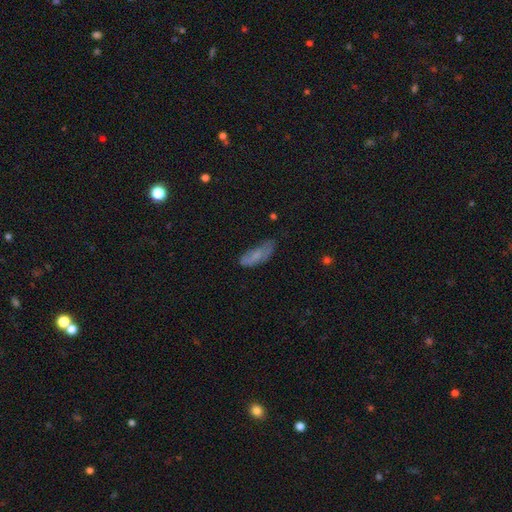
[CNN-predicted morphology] Smooth or featured? smooth (65%)
How rounded? in between (69%)
Merging? none (49%)